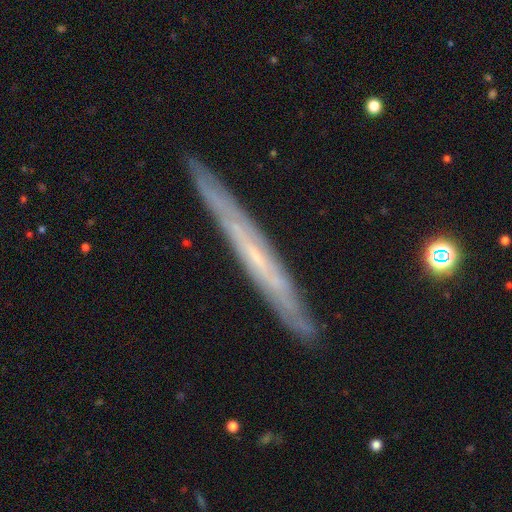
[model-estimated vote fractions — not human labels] A featured or disk galaxy (69%) viewed edge-on (89%) with no central bulge (78%).

Vote fractions:
- Smooth or featured? featured or disk: 69% / smooth: 25% / star or artifact: 7%
- Edge-on disk? yes: 89% / no: 11%
- Edge-on bulge? none: 78% / rounded: 19% / boxy: 3%
- Merging? none: 88% / minor disturbance: 9% / major disturbance: 2% / merger: 1%